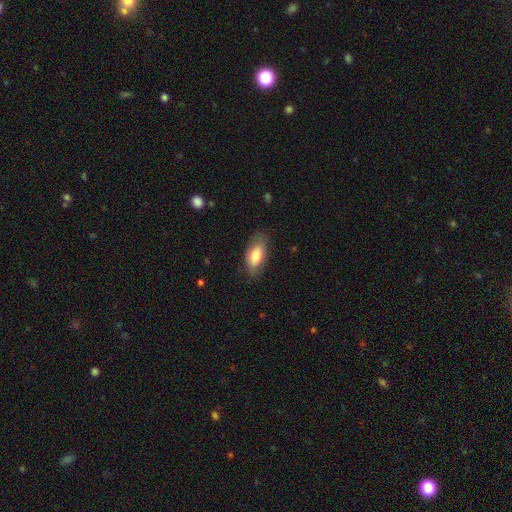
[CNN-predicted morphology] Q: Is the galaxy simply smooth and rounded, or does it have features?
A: smooth — 75%.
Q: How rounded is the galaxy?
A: in between — 88%.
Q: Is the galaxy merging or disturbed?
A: none — 77%.